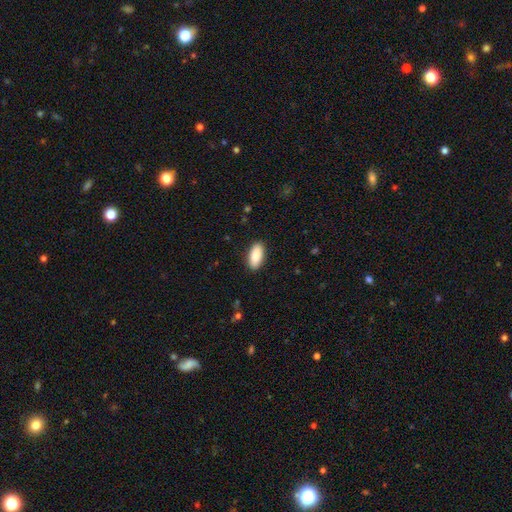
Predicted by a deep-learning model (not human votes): Smooth or featured: smooth — 87% (featured or disk — 6%)
How rounded: in between — 89% (cigar-shaped — 9%)
Merging: none — 89% (minor disturbance — 8%)